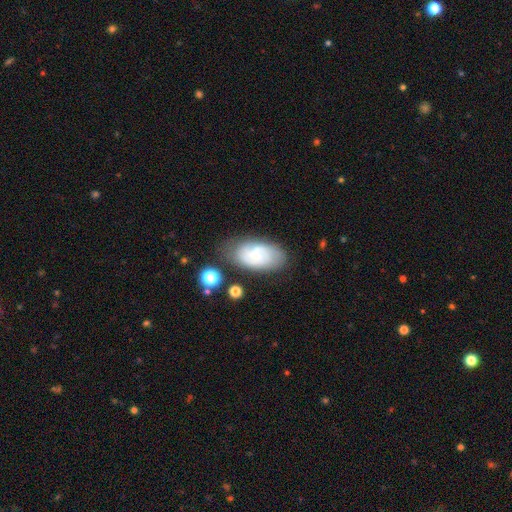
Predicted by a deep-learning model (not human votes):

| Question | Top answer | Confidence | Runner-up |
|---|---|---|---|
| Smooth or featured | featured or disk | 59% | smooth (34%) |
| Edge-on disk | no | 95% | yes (5%) |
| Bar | no | 63% | weak (31%) |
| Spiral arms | yes | 81% | no (19%) |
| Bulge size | small | 72% | moderate (21%) |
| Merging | none | 68% | minor disturbance (21%) |